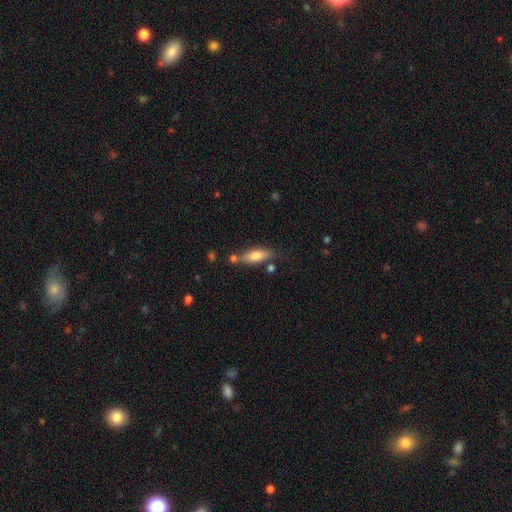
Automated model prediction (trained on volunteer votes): The model was most divided on "how rounded": in between: 54%, cigar-shaped: 44%, round: 3%. More confident: merging — none (68%); smooth or featured — smooth (67%).